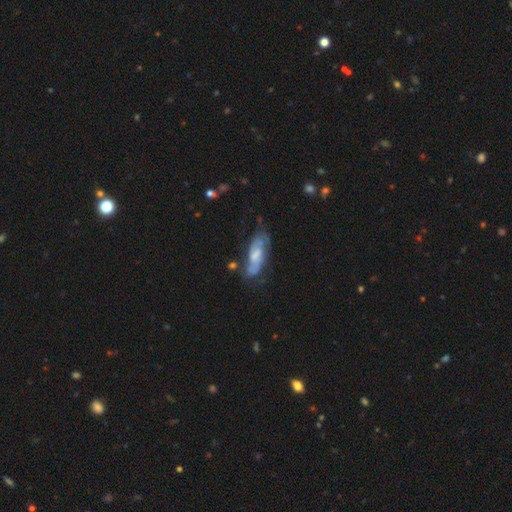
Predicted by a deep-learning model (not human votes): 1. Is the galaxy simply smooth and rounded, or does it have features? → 63% featured or disk, 30% smooth, 7% star or artifact.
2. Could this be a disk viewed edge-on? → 84% no, 16% yes.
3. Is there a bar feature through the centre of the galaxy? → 50% no, 39% weak, 12% strong.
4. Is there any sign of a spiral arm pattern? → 79% yes, 21% no.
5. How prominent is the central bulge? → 38% moderate, 33% small, 18% none, 10% large, 2% dominant.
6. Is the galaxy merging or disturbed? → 56% none, 26% minor disturbance, 14% major disturbance, 5% merger.